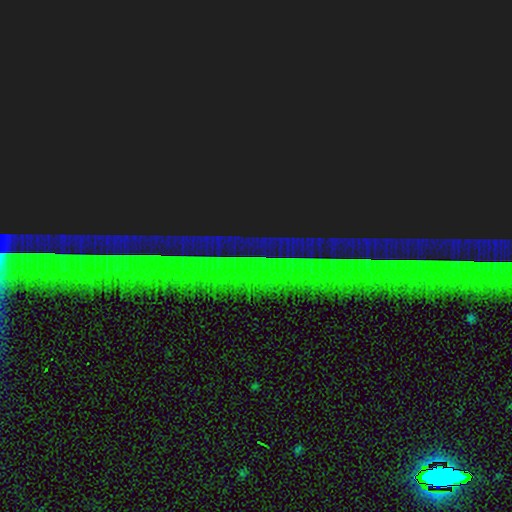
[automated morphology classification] Smooth or featured: star or artifact — 87% (featured or disk — 7%)